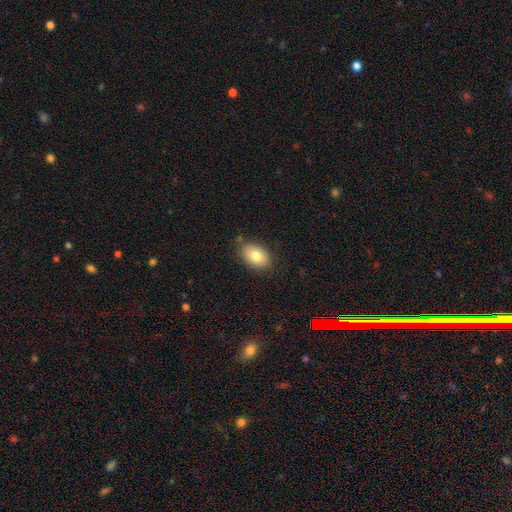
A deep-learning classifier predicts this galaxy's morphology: smooth 81%, featured or disk 12%, star or artifact 8%. Down the decision tree: how rounded — in between (85%); merging — none (80%).